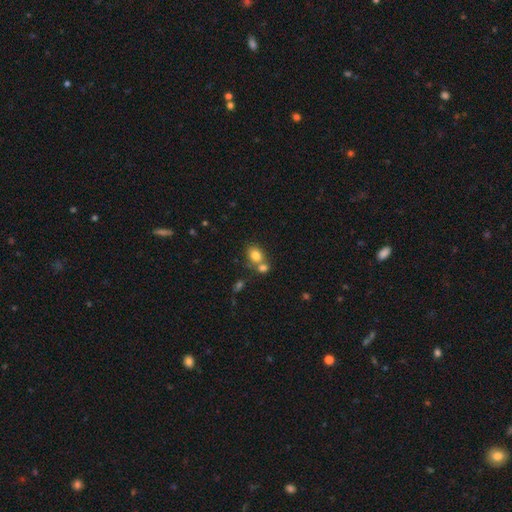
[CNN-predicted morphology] Smooth or featured? smooth (80%)
How rounded? in between (55%)
Merging? none (45%)